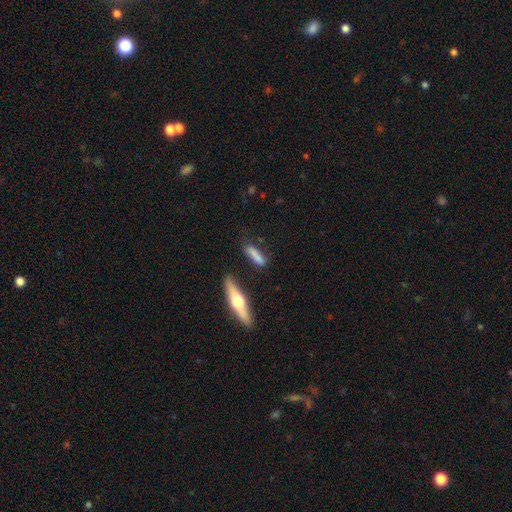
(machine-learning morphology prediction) The model was most divided on "smooth or featured": smooth: 71%, featured or disk: 22%, star or artifact: 7%. More confident: how rounded — cigar-shaped (74%); merging — none (73%).